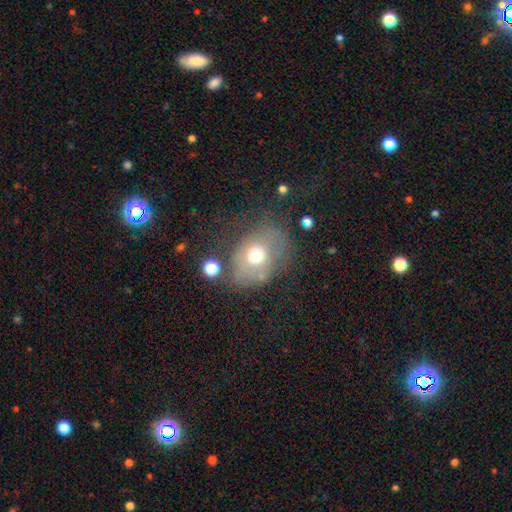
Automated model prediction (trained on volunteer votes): Overall: smooth (61%; featured or disk 27%). How rounded: in between (56%; round 43%). Merging: none (47%; minor disturbance 25%).